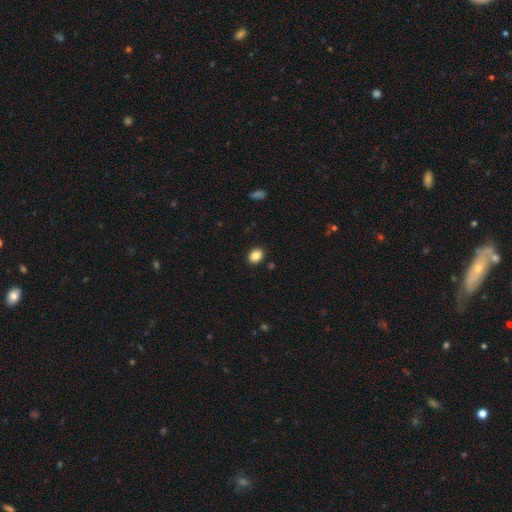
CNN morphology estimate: A smooth galaxy with no disk features (87%) that is in between round and cigar-shaped (57%). Merging: none (90%).